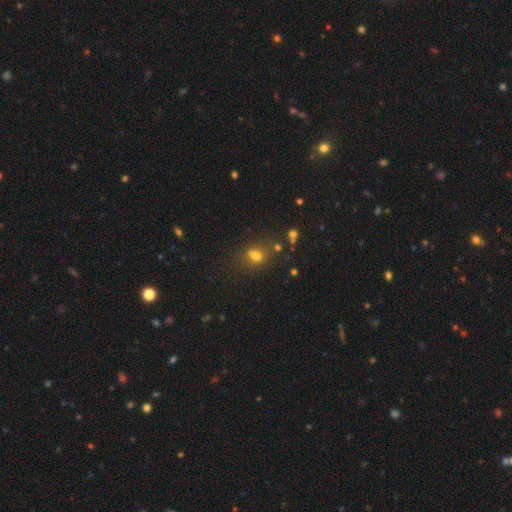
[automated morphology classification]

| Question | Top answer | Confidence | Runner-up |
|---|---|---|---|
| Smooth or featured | smooth | 67% | star or artifact (20%) |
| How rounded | round | 51% | in between (47%) |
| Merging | none | 57% | merger (19%) |